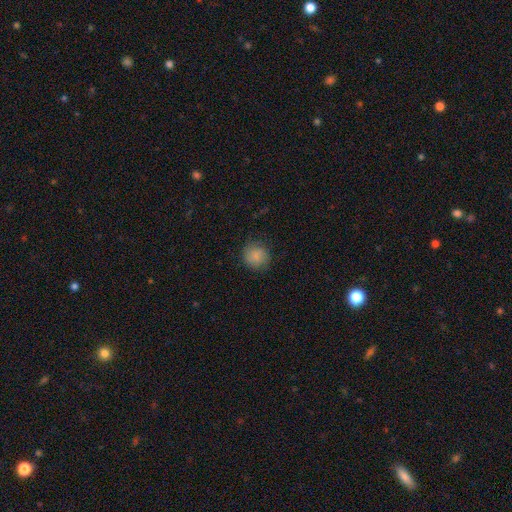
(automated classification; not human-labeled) smooth-or-featured: smooth: 84% | star or artifact: 8% | featured or disk: 7%
  how-rounded: round: 90% | in between: 9% | cigar-shaped: 1%
  merging: none: 82% | minor disturbance: 13% | major disturbance: 4% | merger: 1%